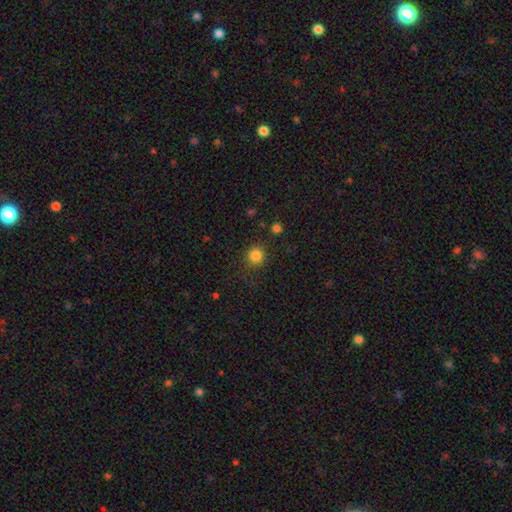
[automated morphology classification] Overall: smooth (83%). How rounded: round (92%). Merging: none (84%).